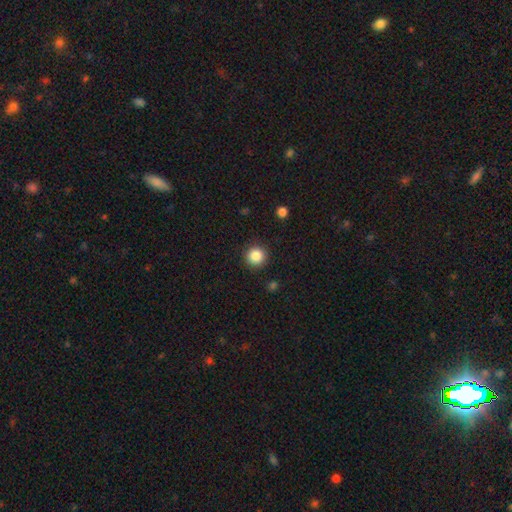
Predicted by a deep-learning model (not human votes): This is clearly a smooth galaxy (86%). How rounded: clearly round (95%). Merging: clearly none (91%).